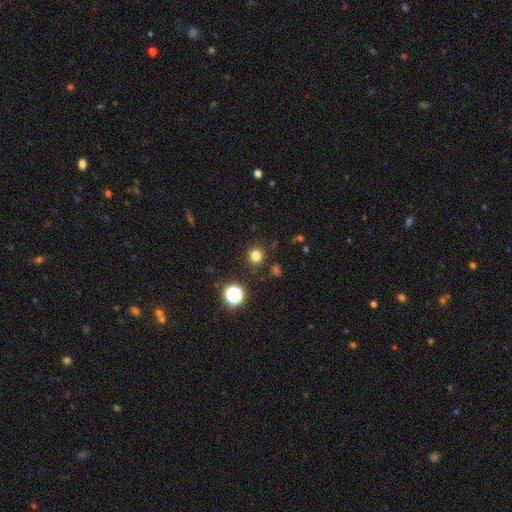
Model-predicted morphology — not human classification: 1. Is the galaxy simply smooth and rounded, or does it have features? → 79% smooth, 16% star or artifact, 5% featured or disk.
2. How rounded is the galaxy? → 89% round, 10% in between, 1% cigar-shaped.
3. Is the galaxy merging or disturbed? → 88% none, 7% minor disturbance, 3% major disturbance, 2% merger.